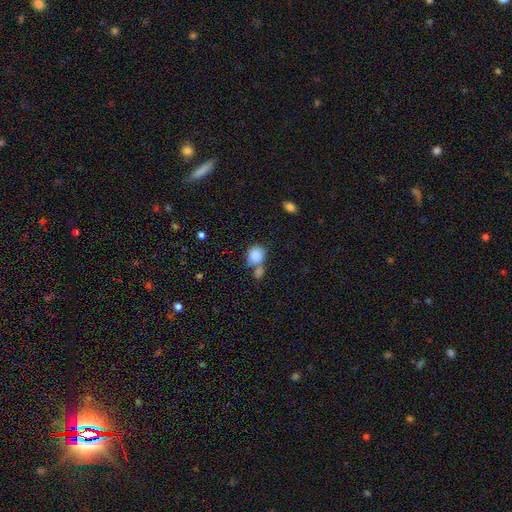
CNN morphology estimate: The model was most divided on "merging": none: 42%, merger: 39%, minor disturbance: 13%, major disturbance: 5%. More confident: smooth or featured — smooth (85%); how rounded — round (68%).